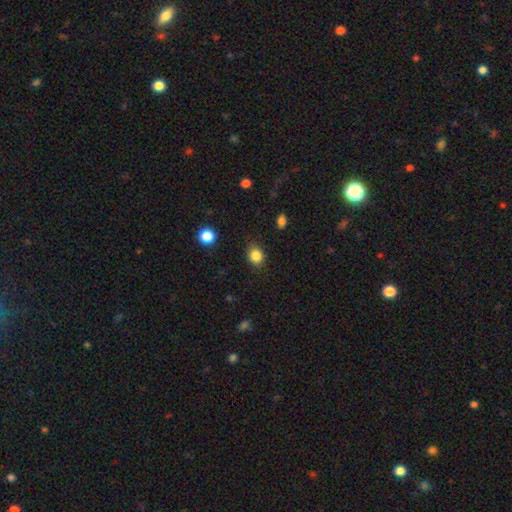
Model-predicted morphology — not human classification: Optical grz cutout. It shows a smooth galaxy with no disk features (85%) that is round (58%). Merging: none (85%).